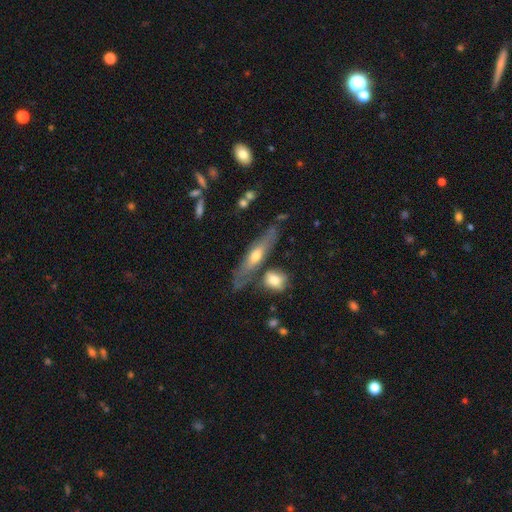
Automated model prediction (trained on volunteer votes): Smooth or featured?
  - featured or disk: 55% *
  - smooth: 38%
  - star or artifact: 7%
Edge-on disk?
  - yes: 74% *
  - no: 26%
Merging?
  - none: 66% *
  - minor disturbance: 16%
  - merger: 12%
  - major disturbance: 6%